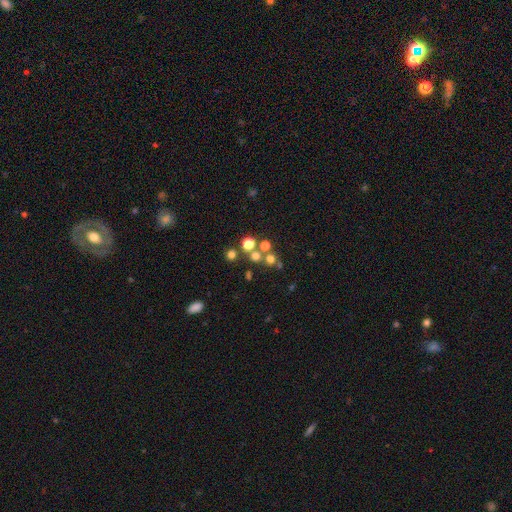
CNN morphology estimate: Overall: smooth (59%; star or artifact 28%). How rounded: round (89%). Merging: none (63%; merger 26%).